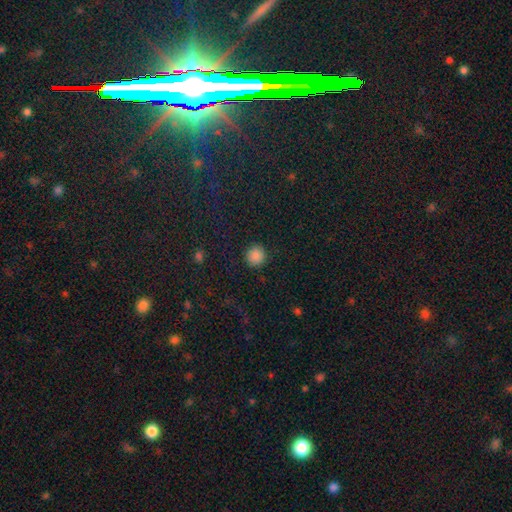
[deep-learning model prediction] smooth-or-featured: smooth: 87% | star or artifact: 10% | featured or disk: 3%
  how-rounded: round: 93% | in between: 6% | cigar-shaped: 1%
  merging: none: 90% | minor disturbance: 6% | major disturbance: 3% | merger: 1%